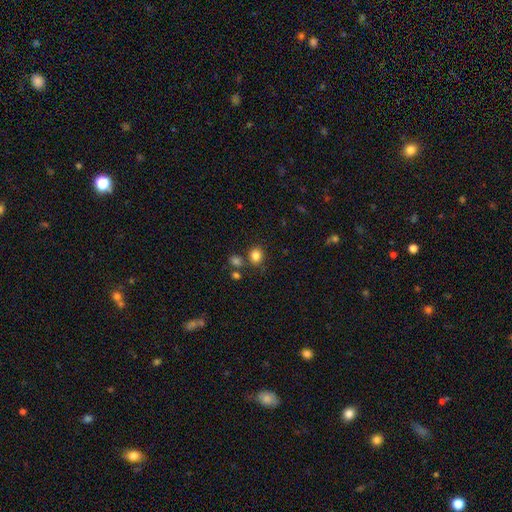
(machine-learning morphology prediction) type=smooth (83%); roundness=round (69%); merging=none (75%).